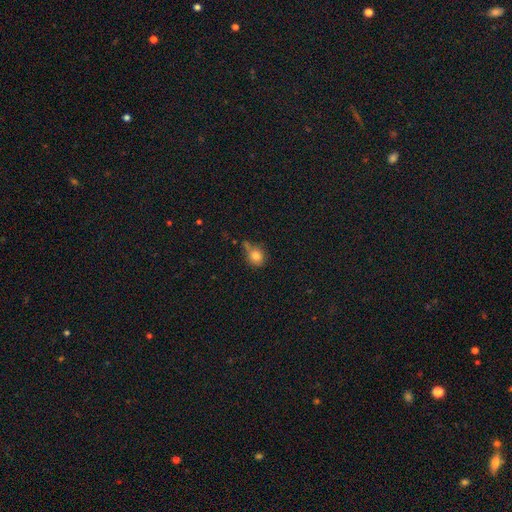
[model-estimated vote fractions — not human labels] This appears to be a smooth galaxy with no disk features (80%) that is round (73%). Merging: none (50%).